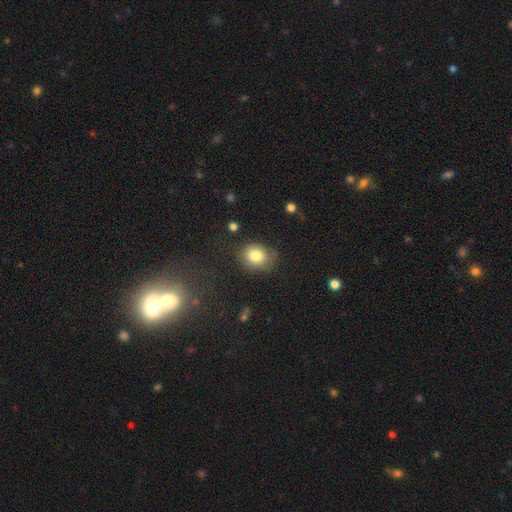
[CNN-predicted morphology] Smooth or featured? smooth (81%)
How rounded? round (60%)
Merging? none (72%)